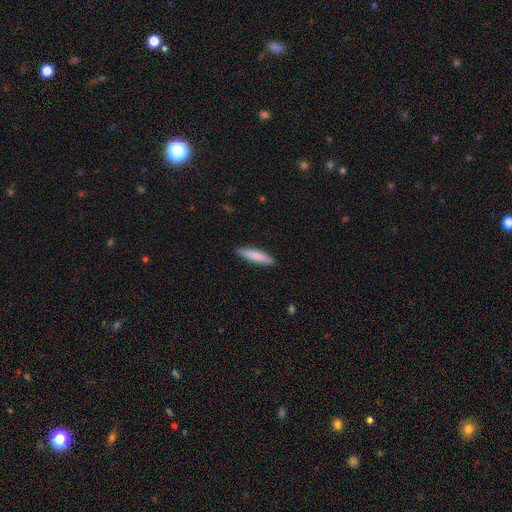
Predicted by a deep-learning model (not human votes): Q: Smooth or featured?
A: smooth (82%); runner-up: featured or disk (13%)
Q: How rounded?
A: cigar-shaped (82%); runner-up: in between (16%)
Q: Merging?
A: none (90%); runner-up: minor disturbance (8%)